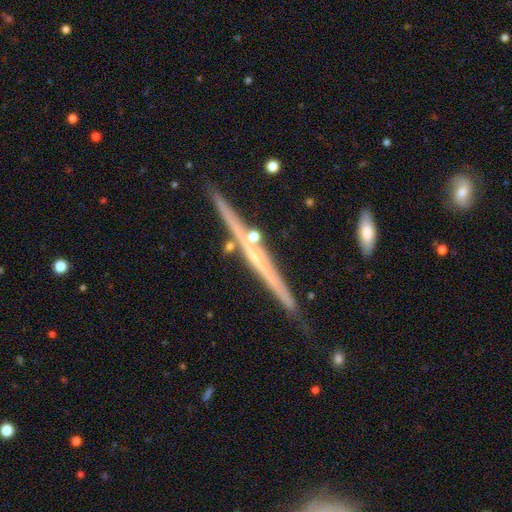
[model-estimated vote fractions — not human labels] Smooth or featured? featured or disk (77%)
Edge-on disk? yes (98%)
Edge-on bulge? none (55%)
Merging? none (83%)